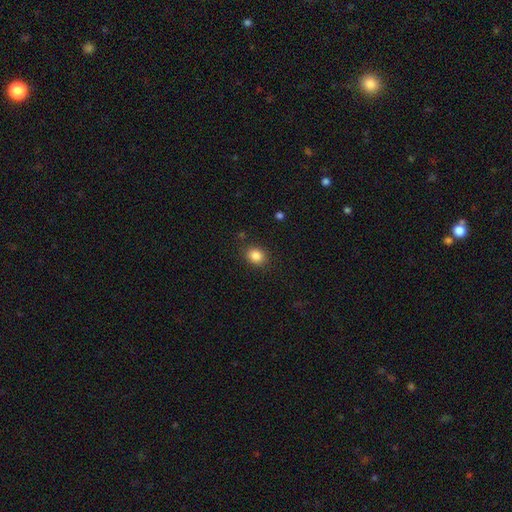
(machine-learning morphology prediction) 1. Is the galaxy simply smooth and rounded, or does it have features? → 85% smooth, 10% star or artifact, 5% featured or disk.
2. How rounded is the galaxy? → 59% round, 40% in between, 1% cigar-shaped.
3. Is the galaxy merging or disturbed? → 85% none, 10% minor disturbance, 3% major disturbance, 2% merger.